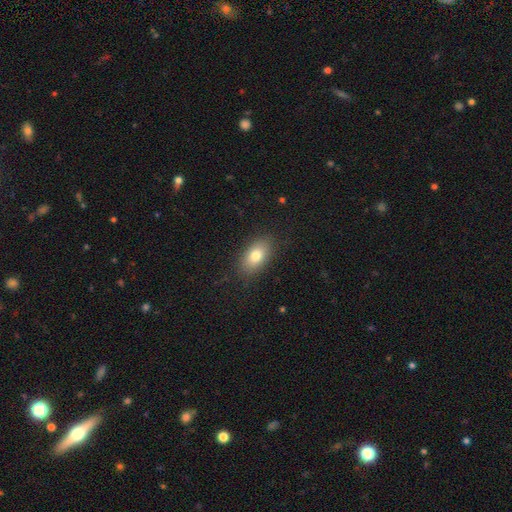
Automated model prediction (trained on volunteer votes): Smooth or featured: smooth — 78% (featured or disk — 13%)
How rounded: in between — 89% (round — 7%)
Merging: none — 85% (minor disturbance — 11%)